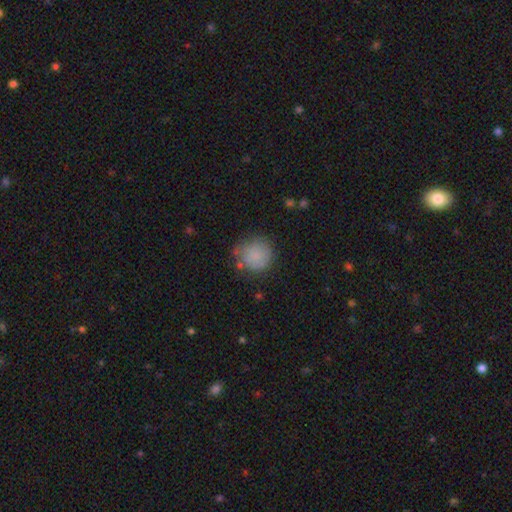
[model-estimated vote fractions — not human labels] smooth 81%, featured or disk 11%, star or artifact 8%. Down the decision tree: how rounded — round (90%); merging — none (66%).